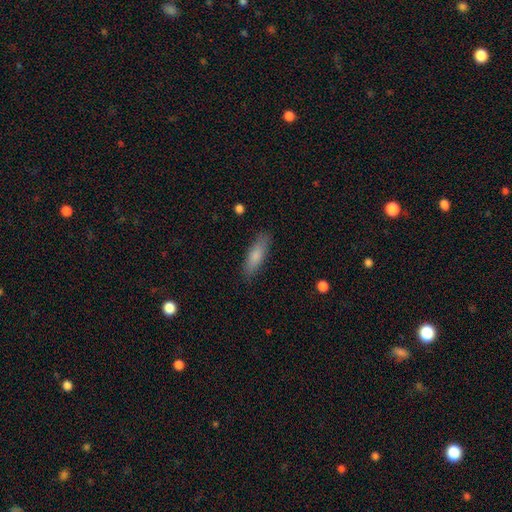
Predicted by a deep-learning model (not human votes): Q: Smooth or featured?
A: smooth (80%); runner-up: featured or disk (14%)
Q: How rounded?
A: cigar-shaped (51%); runner-up: in between (48%)
Q: Merging?
A: none (85%); runner-up: minor disturbance (11%)